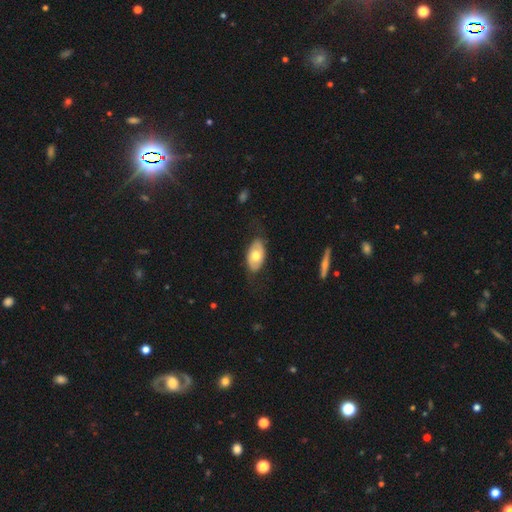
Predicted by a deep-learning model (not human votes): The model was most divided on "smooth or featured": smooth: 54%, featured or disk: 41%, star or artifact: 5%. More confident: how rounded — in between (93%); merging — none (75%).